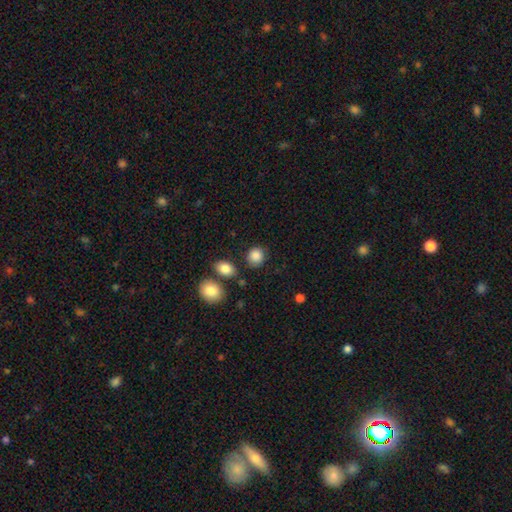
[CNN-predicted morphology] Q: Smooth or featured?
A: smooth (87%); runner-up: star or artifact (8%)
Q: How rounded?
A: round (74%); runner-up: in between (25%)
Q: Merging?
A: none (81%); runner-up: minor disturbance (12%)